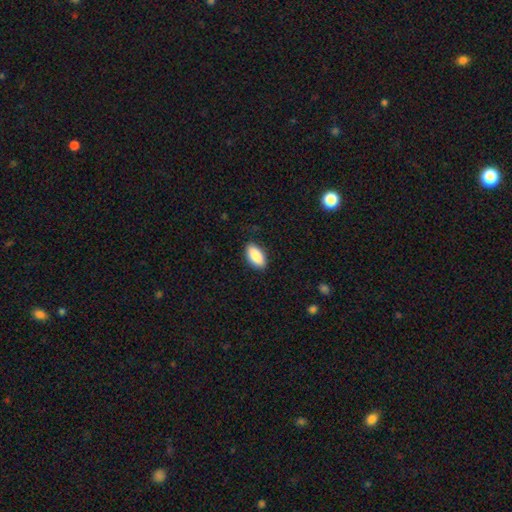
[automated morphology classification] This appears to be a smooth galaxy with no disk features (87%) that is in between round and cigar-shaped (92%). Merging: none (86%).